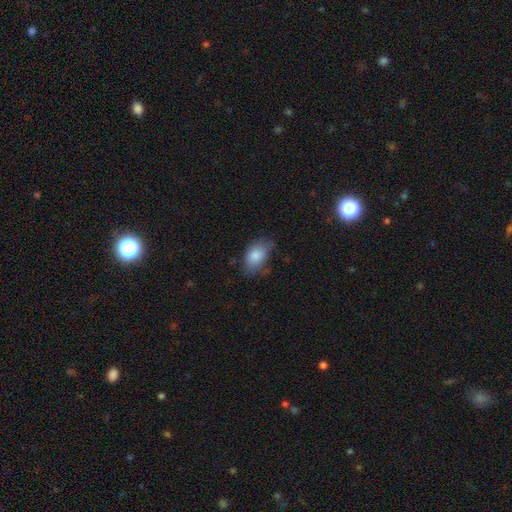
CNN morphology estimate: smooth_or_featured: smooth (p=0.84) [alt: featured or disk p=0.09]
how_rounded: in between (p=0.88) [alt: round p=0.10]
merging: none (p=0.60) [alt: minor disturbance p=0.30]